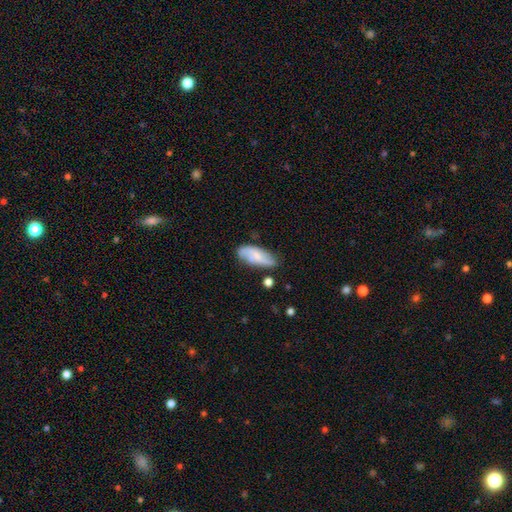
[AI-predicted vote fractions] smooth_or_featured: featured or disk (p=0.47) [alt: smooth p=0.46]
merging: none (p=0.67) [alt: minor disturbance p=0.23]